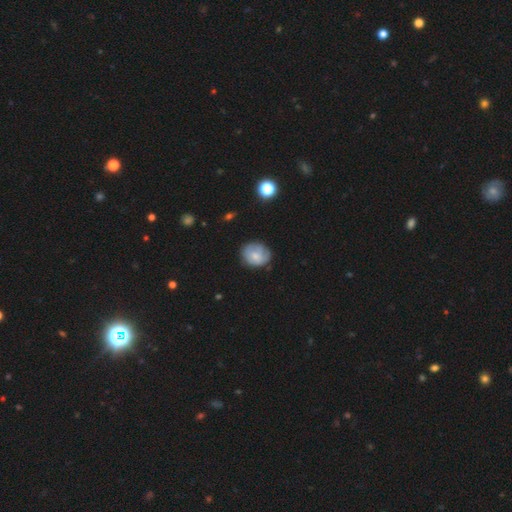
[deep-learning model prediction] smooth_or_featured: smooth (p=0.65) [alt: featured or disk p=0.28]
how_rounded: round (p=0.68) [alt: in between p=0.31]
merging: none (p=0.70) [alt: minor disturbance p=0.23]